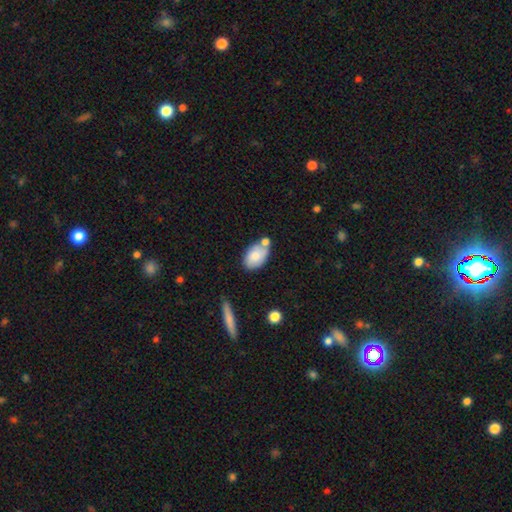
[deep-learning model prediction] Smooth or featured: smooth — 76% (featured or disk — 18%)
How rounded: in between — 91% (round — 8%)
Merging: none — 51% (merger — 25%)